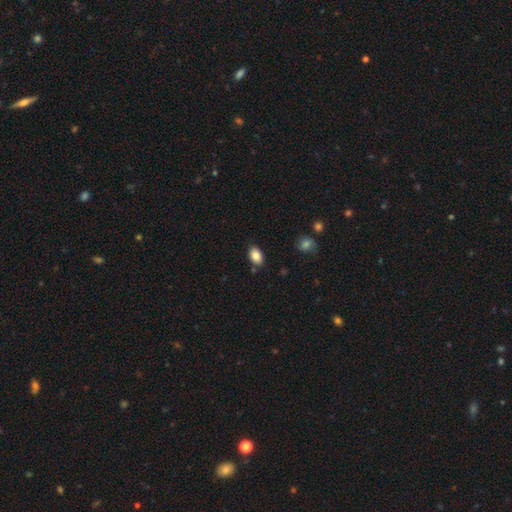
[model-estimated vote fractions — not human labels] The model was most divided on "merging": none: 83%, minor disturbance: 11%, merger: 3%, major disturbance: 2%. More confident: how rounded — in between (87%); smooth or featured — smooth (86%).